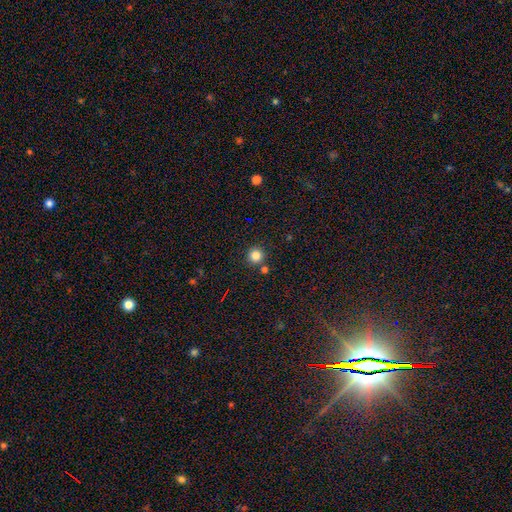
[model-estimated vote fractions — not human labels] Smooth or featured?
  - smooth: 83% *
  - star or artifact: 12%
  - featured or disk: 5%
How rounded?
  - round: 95% *
  - in between: 4%
  - cigar-shaped: 1%
Merging?
  - none: 85% *
  - merger: 7%
  - minor disturbance: 6%
  - major disturbance: 2%